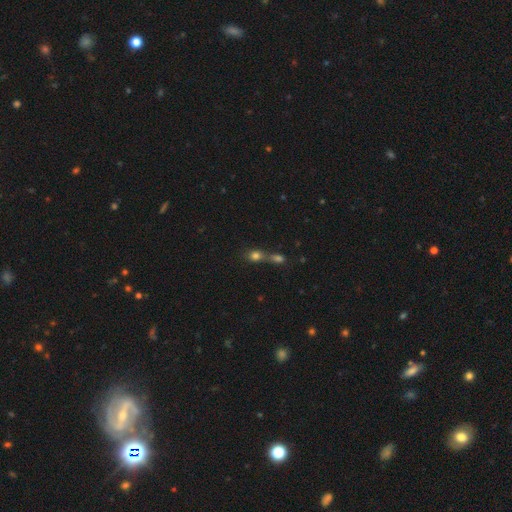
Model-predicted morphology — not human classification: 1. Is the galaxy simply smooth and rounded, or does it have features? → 75% smooth, 14% star or artifact, 11% featured or disk.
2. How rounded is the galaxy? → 59% round, 36% in between, 5% cigar-shaped.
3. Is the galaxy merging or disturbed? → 66% merger, 24% none, 6% minor disturbance, 5% major disturbance.